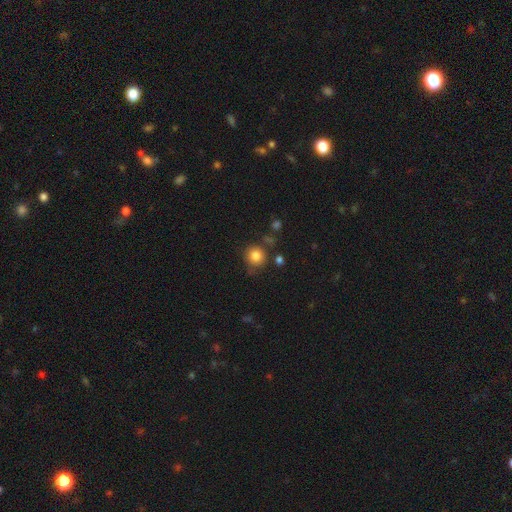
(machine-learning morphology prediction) Smooth or featured? smooth (84%)
How rounded? round (90%)
Merging? none (76%)